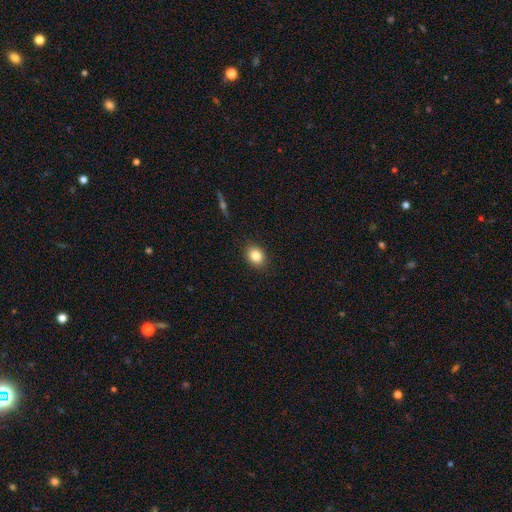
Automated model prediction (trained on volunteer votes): smooth_or_featured: smooth (p=0.84) [alt: star or artifact p=0.09]
how_rounded: in between (p=0.55) [alt: round p=0.44]
merging: none (p=0.89) [alt: minor disturbance p=0.08]